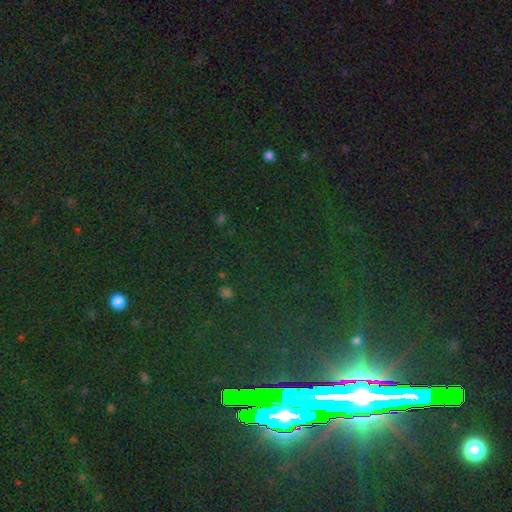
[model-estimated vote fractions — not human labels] A star or artifact, not a galaxy (82%).